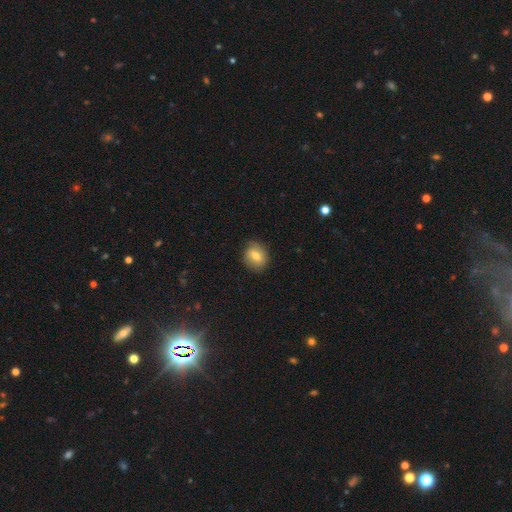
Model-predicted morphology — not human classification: Overall: smooth (72%). How rounded: round (59%; in between 40%). Merging: none (78%).